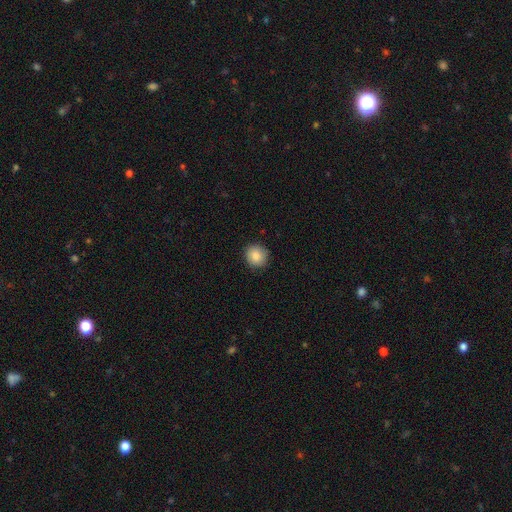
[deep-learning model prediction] Smooth or featured? smooth (86%)
How rounded? round (90%)
Merging? none (87%)